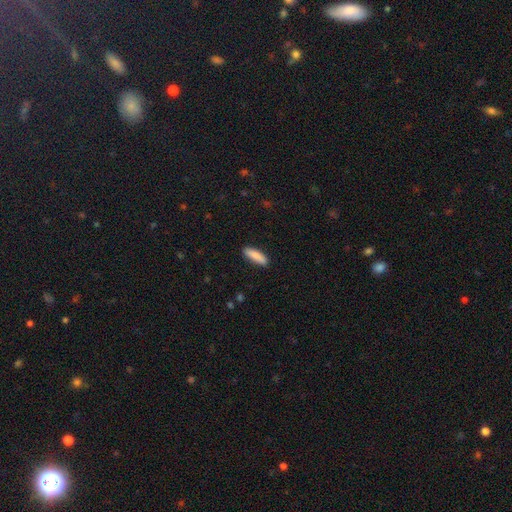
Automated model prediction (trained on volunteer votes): Morphology: type=smooth (87%); roundness=cigar-shaped (57%); merging=none (89%).